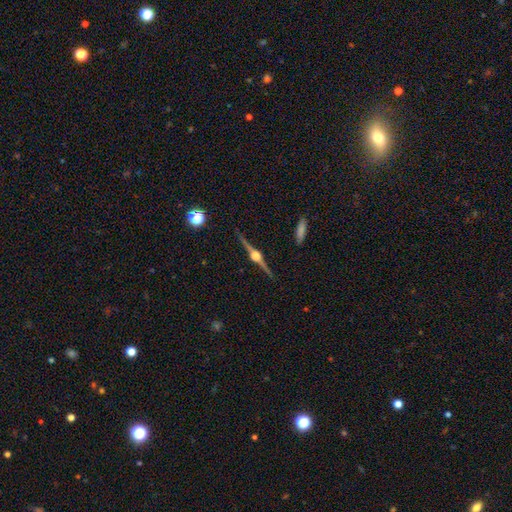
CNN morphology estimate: A featured or disk galaxy (90%) viewed edge-on (98%) with a rounded central bulge (95%).

Vote fractions:
- Smooth or featured? featured or disk: 90% / star or artifact: 6% / smooth: 5%
- Edge-on disk? yes: 98% / no: 2%
- Edge-on bulge? rounded: 95% / boxy: 4% / none: 1%
- Merging? none: 90% / minor disturbance: 7% / major disturbance: 2% / merger: 1%